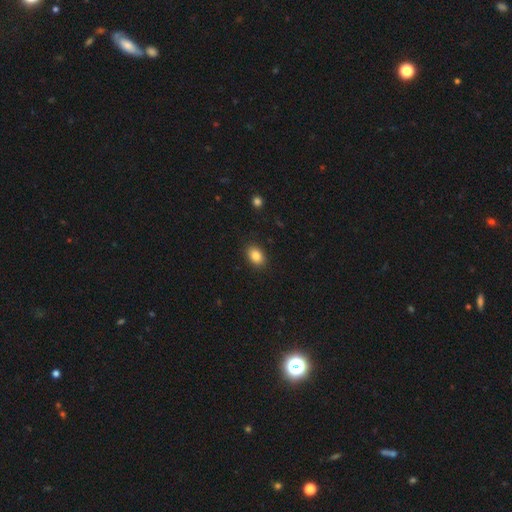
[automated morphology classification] type=smooth (86%); roundness=in between (79%); merging=none (89%).